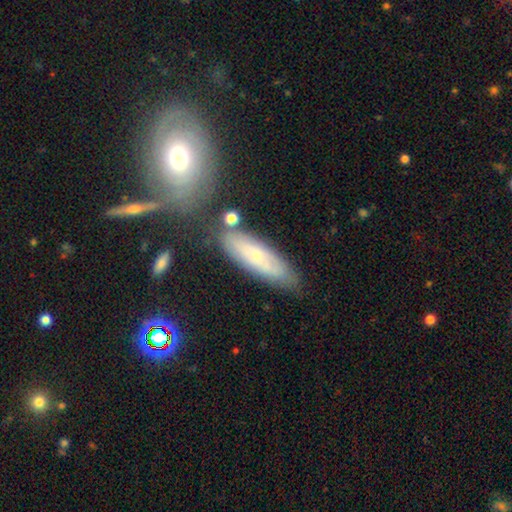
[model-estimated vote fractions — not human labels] This appears to be a smooth galaxy with no disk features (53%) that is cigar-shaped (54%). Merging: none (76%).